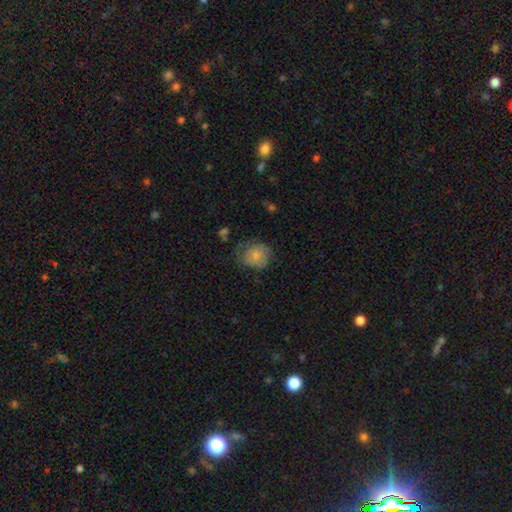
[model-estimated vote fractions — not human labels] This is likely a smooth galaxy (76%). How rounded: likely round (70%). Merging: possibly none (50%).